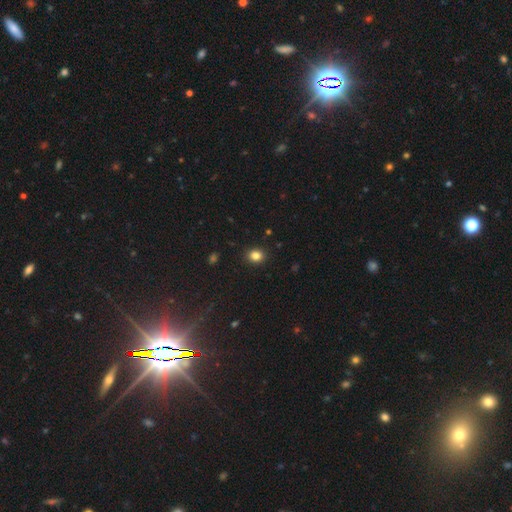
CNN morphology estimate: Smooth or featured?
  - smooth: 84% *
  - star or artifact: 11%
  - featured or disk: 5%
How rounded?
  - round: 65% *
  - in between: 34%
  - cigar-shaped: 1%
Merging?
  - none: 90% *
  - minor disturbance: 7%
  - major disturbance: 2%
  - merger: 1%